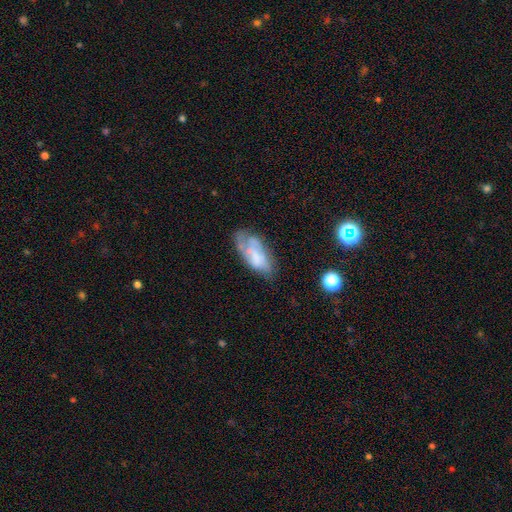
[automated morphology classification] Smooth or featured: smooth — 50% (featured or disk — 40%)
How rounded: in between — 88% (cigar-shaped — 9%)
Merging: none — 45% (minor disturbance — 30%)